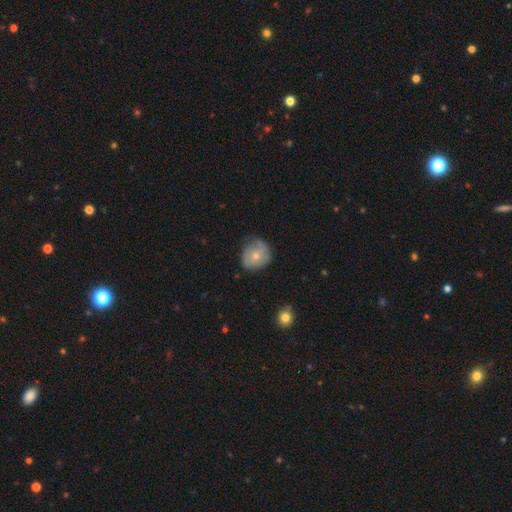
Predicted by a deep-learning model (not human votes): Smooth or featured? smooth (64%)
How rounded? round (81%)
Merging? none (60%)